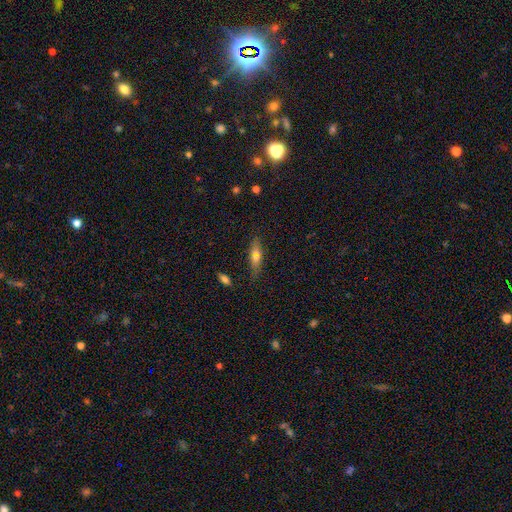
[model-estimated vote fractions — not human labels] A smooth galaxy with no disk features (62%) that is cigar-shaped (59%).

Vote fractions:
- Smooth or featured? smooth: 62% / featured or disk: 28% / star or artifact: 10%
- How rounded? cigar-shaped: 59% / in between: 38% / round: 3%
- Merging? none: 77% / minor disturbance: 14% / merger: 5% / major disturbance: 4%